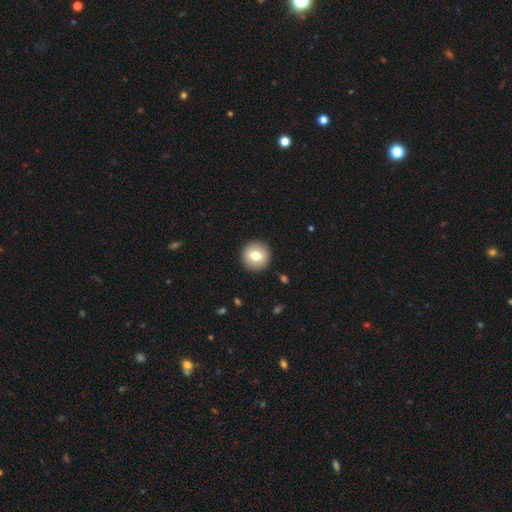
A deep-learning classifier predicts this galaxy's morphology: Q: Smooth or featured?
A: smooth (74%); runner-up: featured or disk (18%)
Q: How rounded?
A: round (93%); runner-up: in between (6%)
Q: Merging?
A: none (92%); runner-up: minor disturbance (5%)